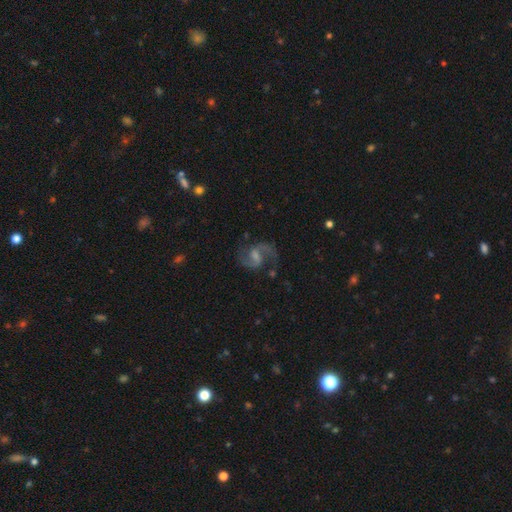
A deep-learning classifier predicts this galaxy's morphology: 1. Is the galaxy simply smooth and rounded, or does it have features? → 87% featured or disk, 7% star or artifact, 5% smooth.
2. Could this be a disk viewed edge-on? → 98% no, 2% yes.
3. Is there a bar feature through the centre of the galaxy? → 56% weak, 26% no, 18% strong.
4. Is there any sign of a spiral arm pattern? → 97% yes, 3% no.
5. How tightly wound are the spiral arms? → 55% medium, 36% loose, 9% tight.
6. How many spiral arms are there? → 93% 2, 2% can't tell, 2% 1, 1% 3, 1% 4, 1% more than 4.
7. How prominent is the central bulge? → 38% small, 36% moderate, 19% none, 5% large, 1% dominant.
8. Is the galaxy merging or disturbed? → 77% none, 13% minor disturbance, 8% major disturbance, 2% merger.